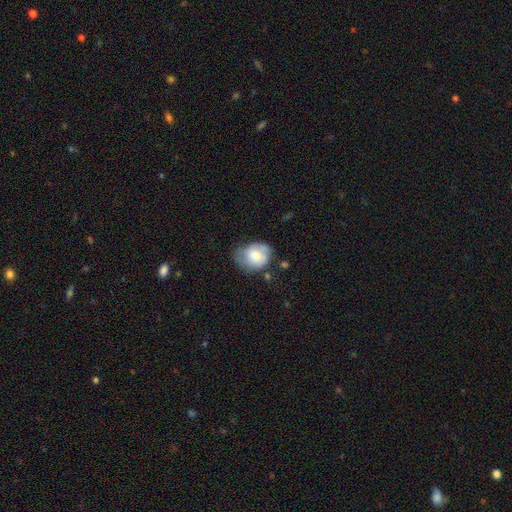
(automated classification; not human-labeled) Smooth or featured?
  - smooth: 66% *
  - featured or disk: 27%
  - star or artifact: 7%
How rounded?
  - in between: 52% *
  - round: 47%
  - cigar-shaped: 1%
Merging?
  - none: 46% *
  - minor disturbance: 35%
  - major disturbance: 14%
  - merger: 4%